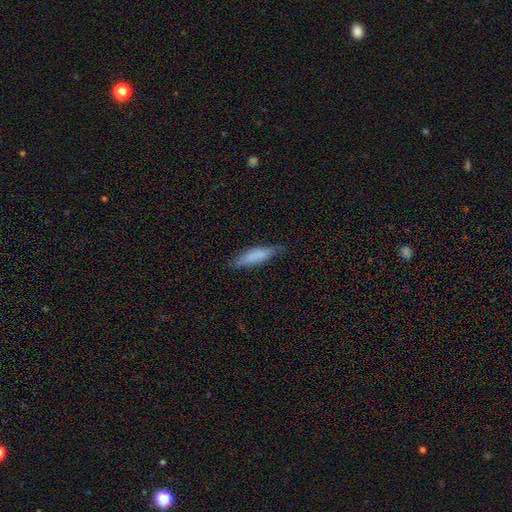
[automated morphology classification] A smooth galaxy with no disk features (77%) that is cigar-shaped (77%). Merging: none (79%).